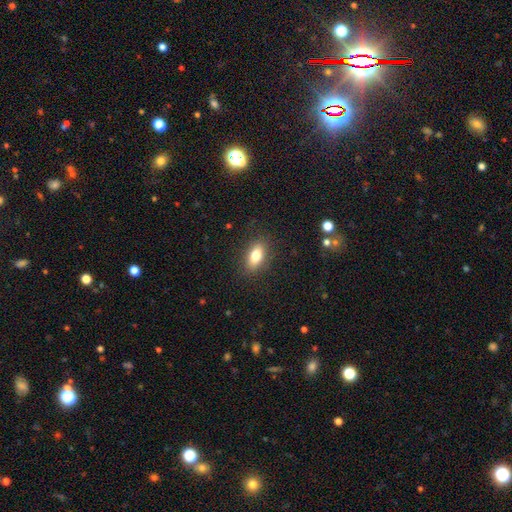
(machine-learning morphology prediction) smooth-or-featured: smooth: 78% | featured or disk: 13% | star or artifact: 8%
  how-rounded: in between: 84% | cigar-shaped: 10% | round: 6%
  merging: none: 86% | minor disturbance: 10% | major disturbance: 3% | merger: 1%